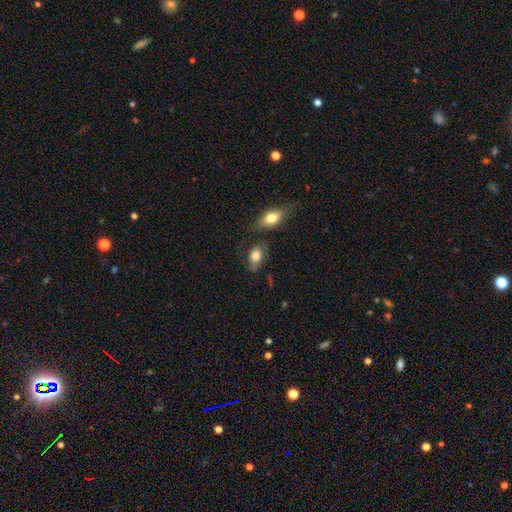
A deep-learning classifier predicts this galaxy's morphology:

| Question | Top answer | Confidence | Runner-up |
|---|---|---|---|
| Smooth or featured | smooth | 80% | featured or disk (13%) |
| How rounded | in between | 84% | round (13%) |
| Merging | none | 55% | minor disturbance (26%) |